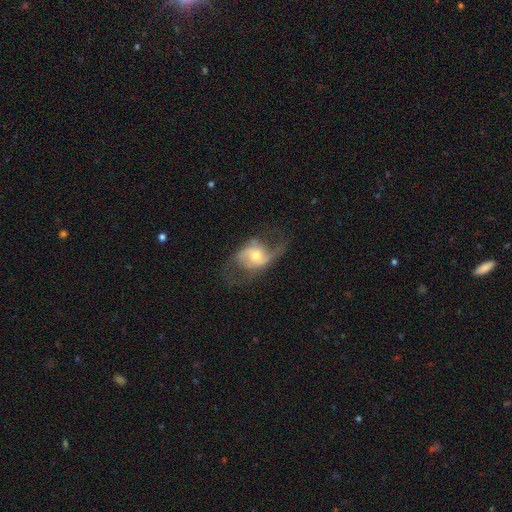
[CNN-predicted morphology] A featured or disk galaxy (73%) with no bar (57%), 2 (80%) loose (60%) spiral arms (85%) and a moderate central bulge (59%). Merging: none (47%).